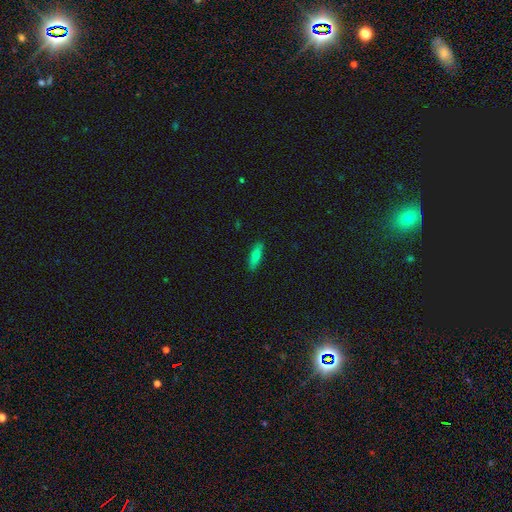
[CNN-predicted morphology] A smooth galaxy with no disk features (73%) that is cigar-shaped (58%).

Vote fractions:
- Smooth or featured? smooth: 73% / featured or disk: 19% / star or artifact: 7%
- How rounded? cigar-shaped: 58% / in between: 40% / round: 2%
- Merging? none: 88% / minor disturbance: 9% / major disturbance: 2% / merger: 1%